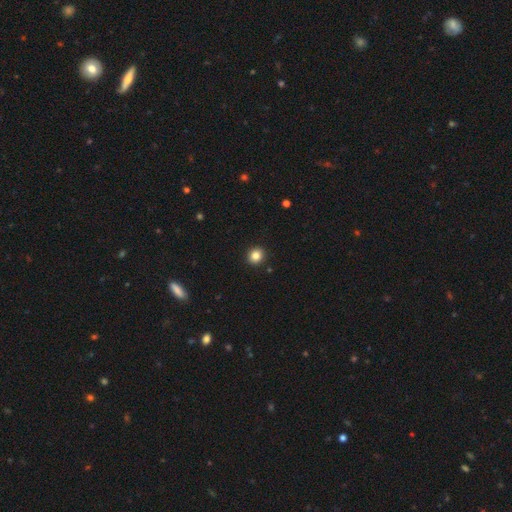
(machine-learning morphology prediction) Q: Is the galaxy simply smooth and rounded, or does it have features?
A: smooth — 84%.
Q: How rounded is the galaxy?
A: round — 86%.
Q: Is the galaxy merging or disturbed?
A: none — 93%.